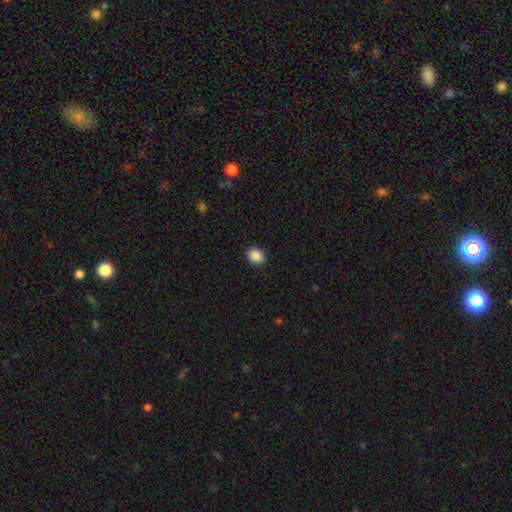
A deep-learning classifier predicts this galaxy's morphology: This is clearly a smooth galaxy (89%). How rounded: possibly in between (55%). Merging: clearly none (90%).